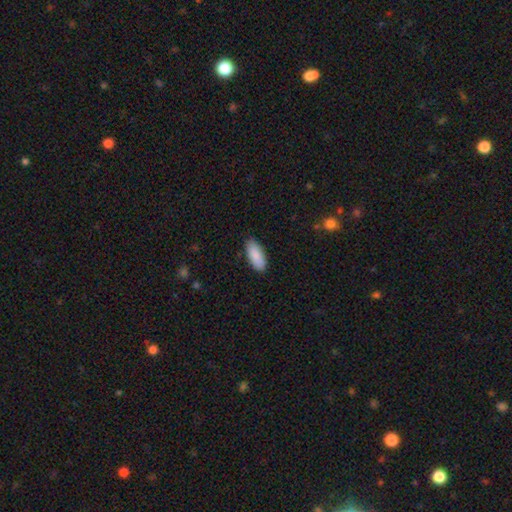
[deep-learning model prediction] smooth-or-featured: smooth: 89% | star or artifact: 6% | featured or disk: 5%
  how-rounded: in between: 84% | cigar-shaped: 14% | round: 2%
  merging: none: 87% | minor disturbance: 10% | major disturbance: 2% | merger: 1%